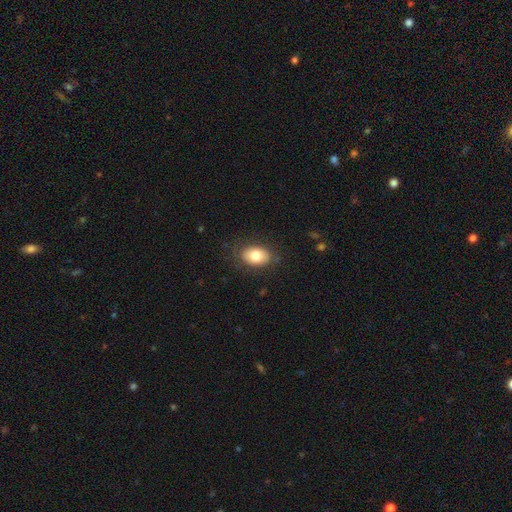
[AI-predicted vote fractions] A smooth galaxy with no disk features (80%) that is in between round and cigar-shaped (84%). Merging: none (83%).